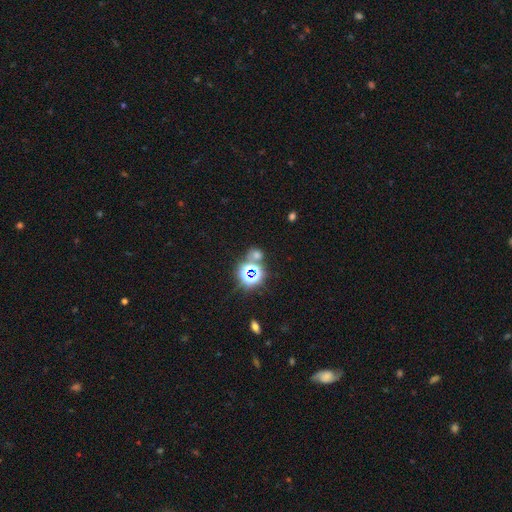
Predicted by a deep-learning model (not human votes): Overall: star or artifact (52%; smooth 40%).